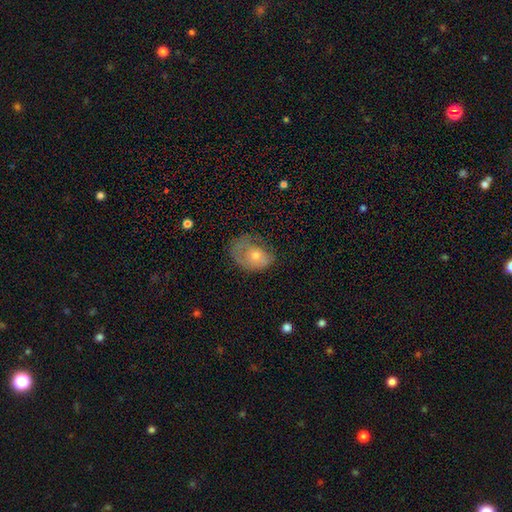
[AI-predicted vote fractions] smooth_or_featured: smooth (p=0.52) [alt: featured or disk p=0.40]
how_rounded: in between (p=0.72) [alt: round p=0.26]
merging: none (p=0.37) [alt: minor disturbance p=0.31]